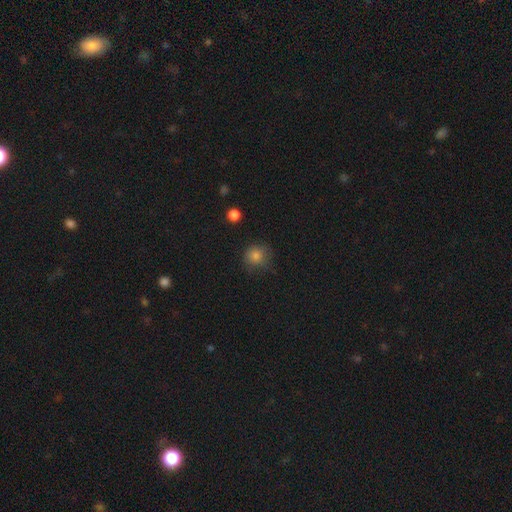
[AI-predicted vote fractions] A smooth galaxy with no disk features (81%) that is round (88%).

Vote fractions:
- Smooth or featured? smooth: 81% / star or artifact: 13% / featured or disk: 6%
- How rounded? round: 88% / in between: 11% / cigar-shaped: 1%
- Merging? none: 70% / minor disturbance: 21% / major disturbance: 7% / merger: 2%